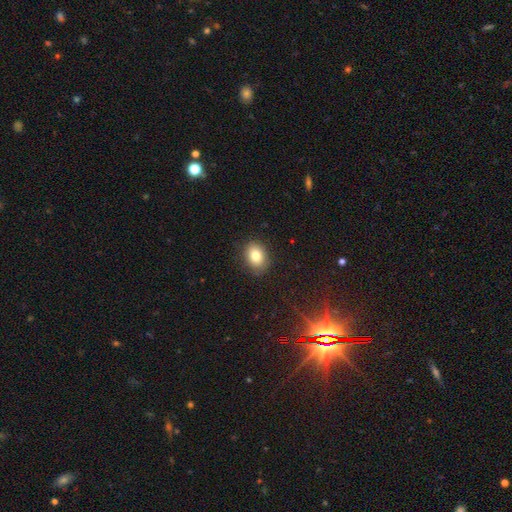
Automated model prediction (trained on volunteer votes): Overall: smooth (80%). How rounded: in between (62%; round 37%). Merging: none (87%).